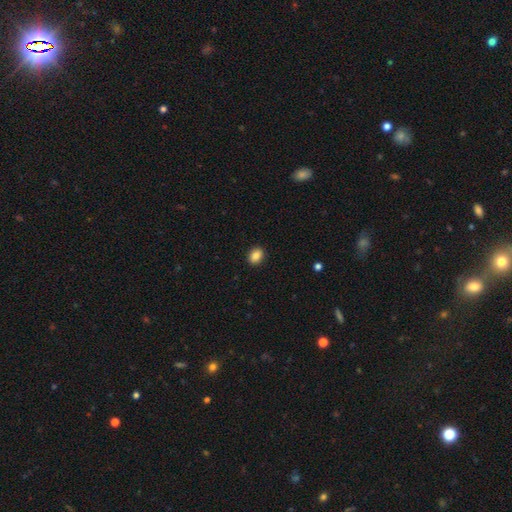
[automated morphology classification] Smooth or featured?
  - smooth: 86% *
  - star or artifact: 9%
  - featured or disk: 5%
How rounded?
  - in between: 57% *
  - round: 42%
  - cigar-shaped: 1%
Merging?
  - none: 91% *
  - minor disturbance: 6%
  - major disturbance: 2%
  - merger: 1%